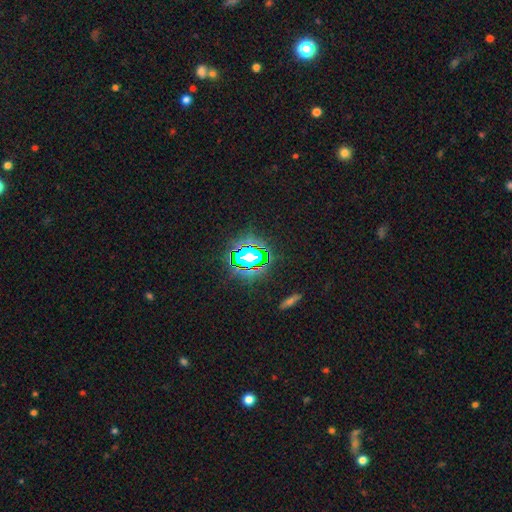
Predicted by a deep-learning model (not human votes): smooth-or-featured: star or artifact: 80% | smooth: 12% | featured or disk: 8%